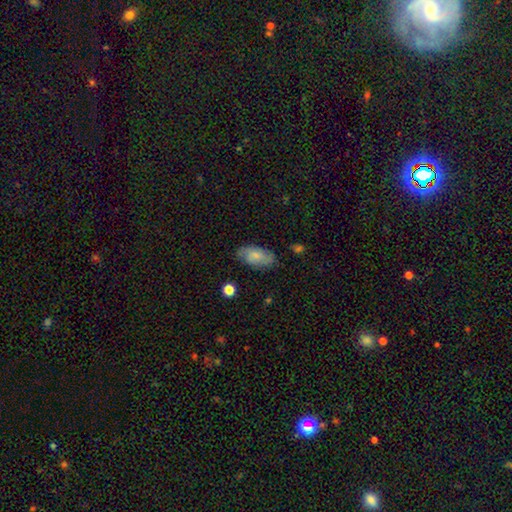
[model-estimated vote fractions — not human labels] Smooth or featured? smooth (64%)
How rounded? in between (92%)
Merging? none (77%)